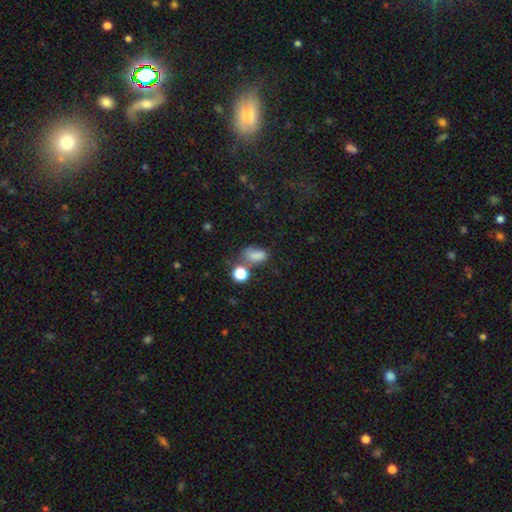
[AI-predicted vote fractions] A smooth galaxy with no disk features (76%) that is in between round and cigar-shaped (79%). Merging: none (46%).